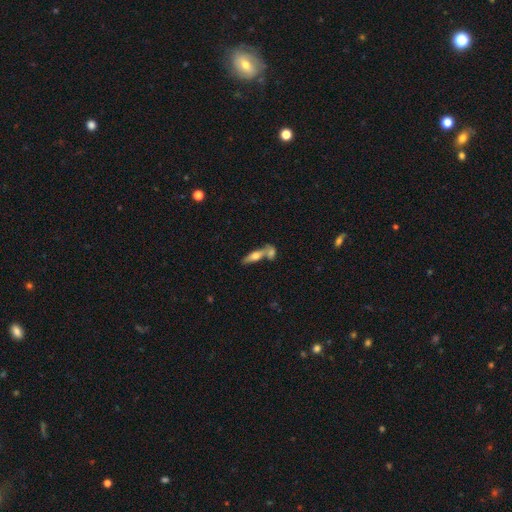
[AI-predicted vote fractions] Q: Smooth or featured?
A: smooth (54%); runner-up: featured or disk (38%)
Q: How rounded?
A: cigar-shaped (49%); runner-up: in between (47%)
Q: Merging?
A: merger (49%); runner-up: none (38%)